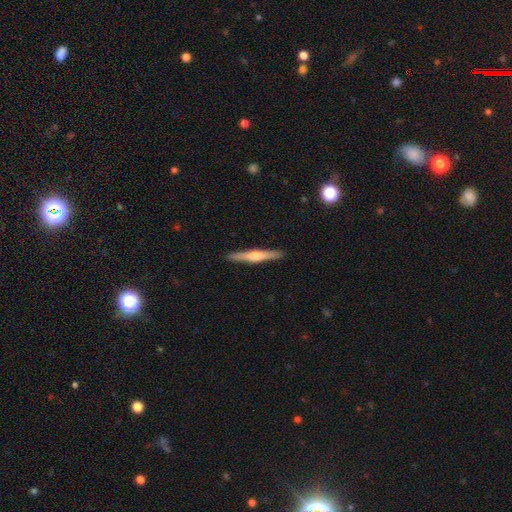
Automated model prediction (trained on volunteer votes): A featured or disk galaxy (60%) viewed edge-on (97%) with a rounded central bulge (86%). Merging: none (92%).